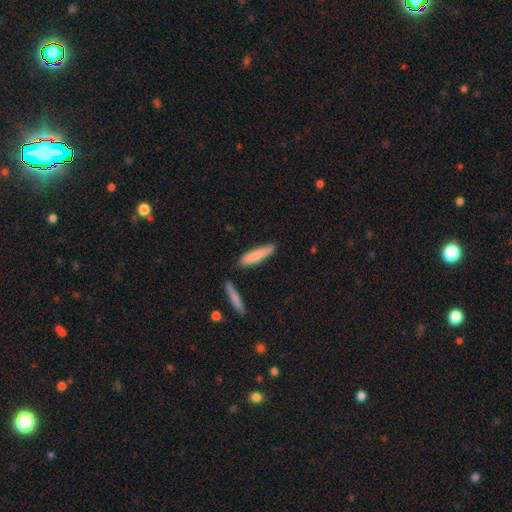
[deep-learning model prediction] A smooth galaxy with no disk features (80%) that is cigar-shaped (82%).

Vote fractions:
- Smooth or featured? smooth: 80% / featured or disk: 14% / star or artifact: 6%
- How rounded? cigar-shaped: 82% / in between: 17% / round: 1%
- Merging? none: 74% / minor disturbance: 16% / merger: 6% / major disturbance: 3%